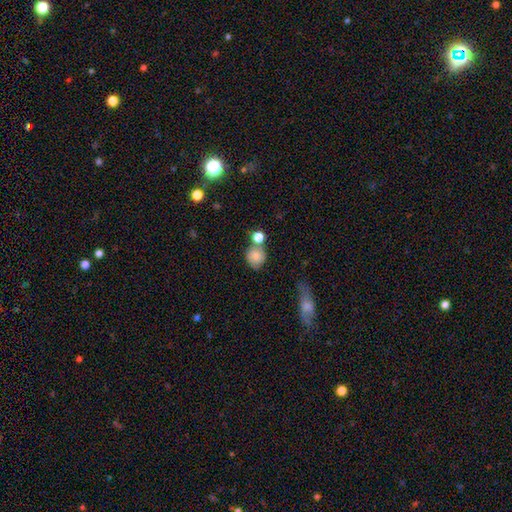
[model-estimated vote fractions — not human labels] The model was most divided on "merging": none: 49%, merger: 29%, minor disturbance: 16%, major disturbance: 6%. More confident: how rounded — round (77%); smooth or featured — smooth (73%).